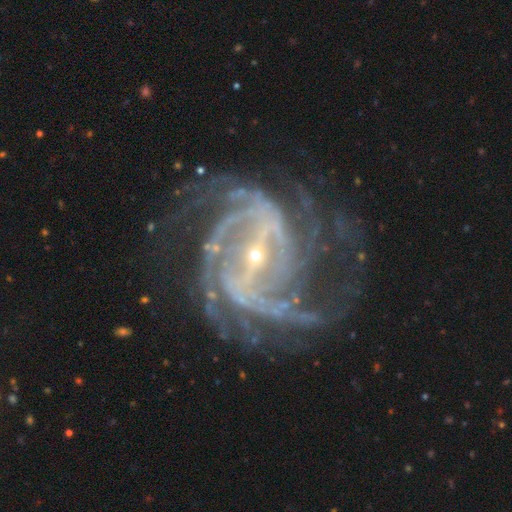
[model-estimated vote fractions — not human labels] smooth_or_featured: featured or disk (p=0.93) [alt: star or artifact p=0.05]
disk_edge_on: no (p=0.98) [alt: yes p=0.02]
bar: strong (p=0.64) [alt: weak p=0.25]
has_spiral_arms: yes (p=0.98) [alt: no p=0.02]
spiral_winding: medium (p=0.46) [alt: tight p=0.40]
spiral_arm_count: 2 (p=0.28) [alt: 4 p=0.19]
bulge_size: small (p=0.87) [alt: moderate p=0.09]
merging: none (p=0.63) [alt: major disturbance p=0.19]